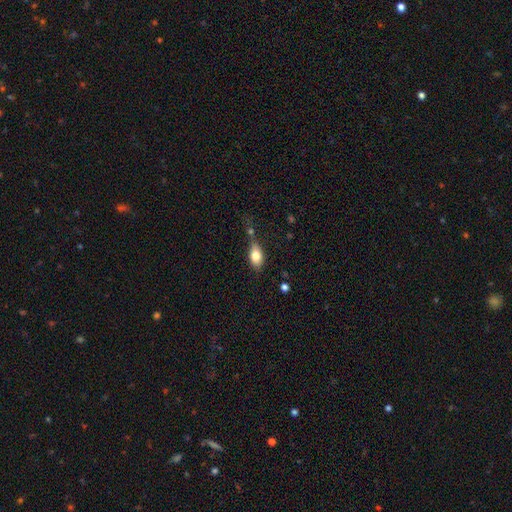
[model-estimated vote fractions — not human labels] smooth-or-featured: smooth: 79% | featured or disk: 13% | star or artifact: 8%
  how-rounded: in between: 86% | round: 9% | cigar-shaped: 5%
  merging: none: 55% | minor disturbance: 24% | merger: 11% | major disturbance: 9%